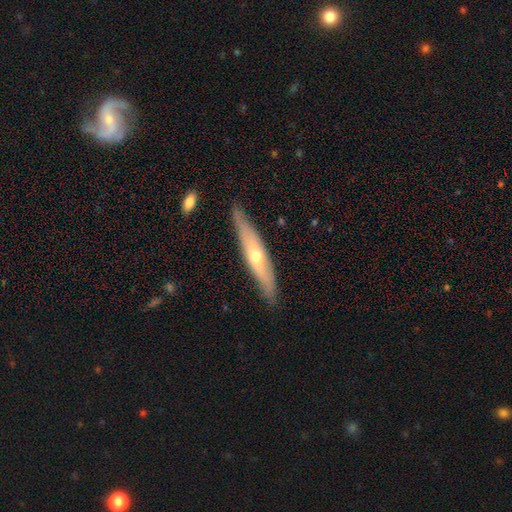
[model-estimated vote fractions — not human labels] A featured or disk galaxy (58%) viewed edge-on (77%). Merging: none (83%).